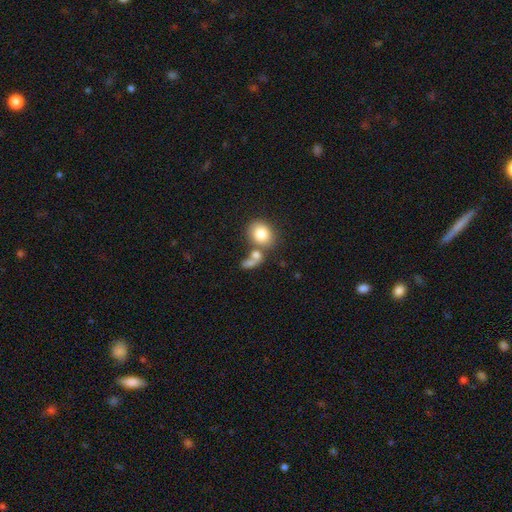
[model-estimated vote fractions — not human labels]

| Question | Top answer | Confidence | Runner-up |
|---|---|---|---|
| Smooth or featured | smooth | 75% | featured or disk (14%) |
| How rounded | in between | 48% | tied: round (48%) |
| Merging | merger | 45% | none (35%) |